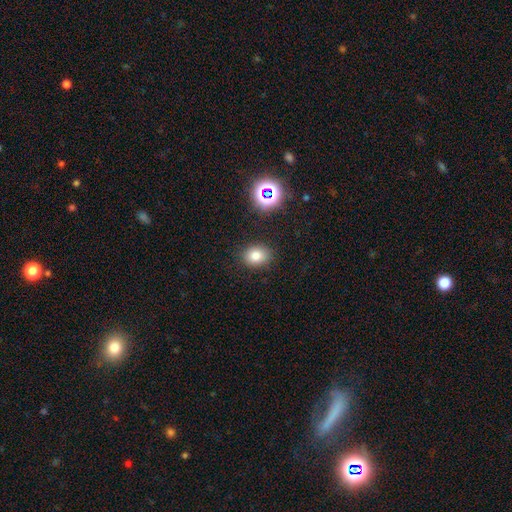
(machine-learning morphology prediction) Smooth or featured? smooth (78%)
How rounded? round (52%)
Merging? none (86%)